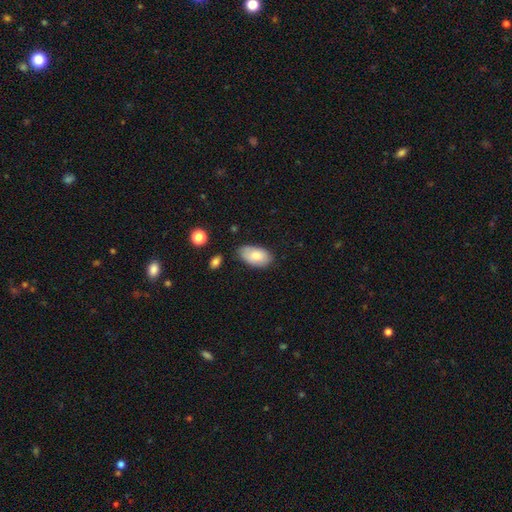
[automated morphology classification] A smooth galaxy with no disk features (81%) that is in between round and cigar-shaped (95%). Merging: none (71%).